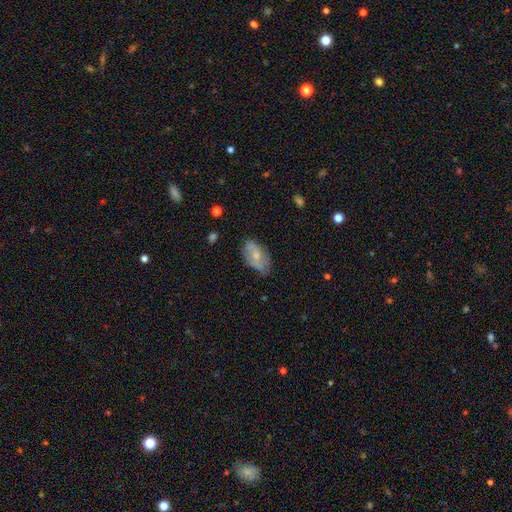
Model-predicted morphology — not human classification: smooth-or-featured: smooth: 53% | featured or disk: 40% | star or artifact: 7%
  how-rounded: in between: 91% | round: 5% | cigar-shaped: 4%
  merging: none: 67% | minor disturbance: 25% | major disturbance: 6% | merger: 2%